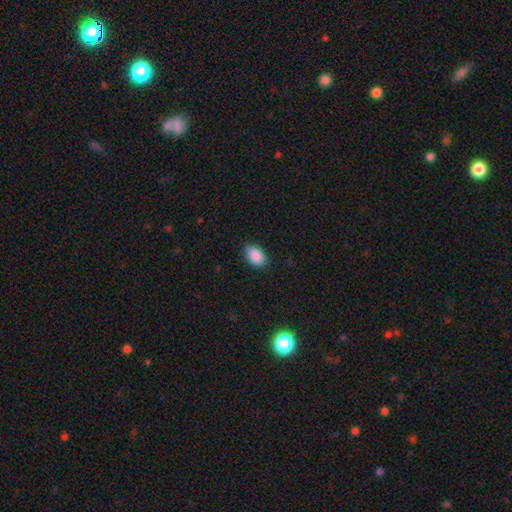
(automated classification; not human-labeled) smooth 88%, star or artifact 8%, featured or disk 4%. Down the decision tree: how rounded — in between (85%); merging — none (80%).